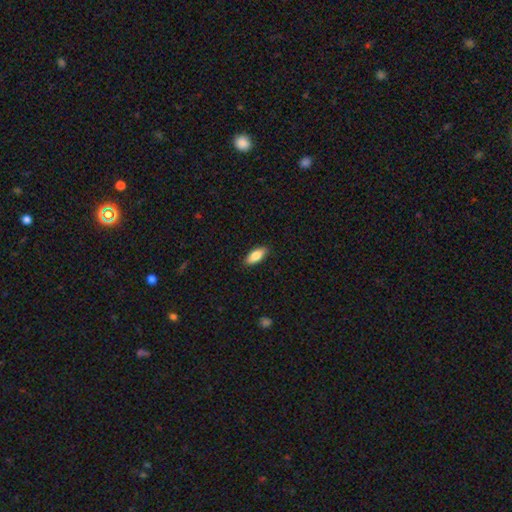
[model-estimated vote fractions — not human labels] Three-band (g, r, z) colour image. It shows a smooth galaxy with no disk features (81%) that is in between round and cigar-shaped (82%). Merging: none (89%).